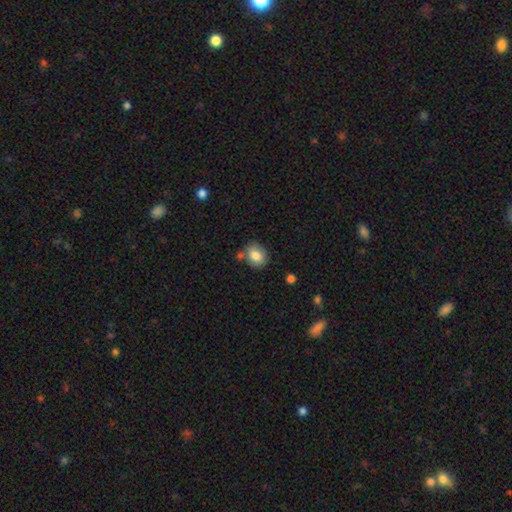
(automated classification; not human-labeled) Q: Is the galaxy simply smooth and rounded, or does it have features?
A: smooth — 80%.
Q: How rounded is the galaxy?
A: round — 51%.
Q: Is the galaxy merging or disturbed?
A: none — 69%.